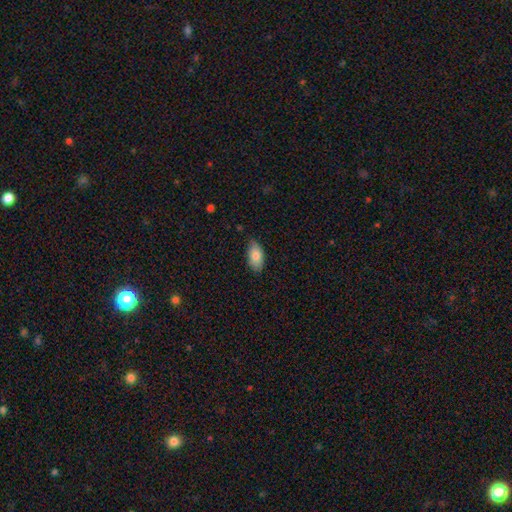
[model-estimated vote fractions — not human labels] This appears to be a smooth galaxy with no disk features (79%) that is in between round and cigar-shaped (93%). Merging: none (78%).